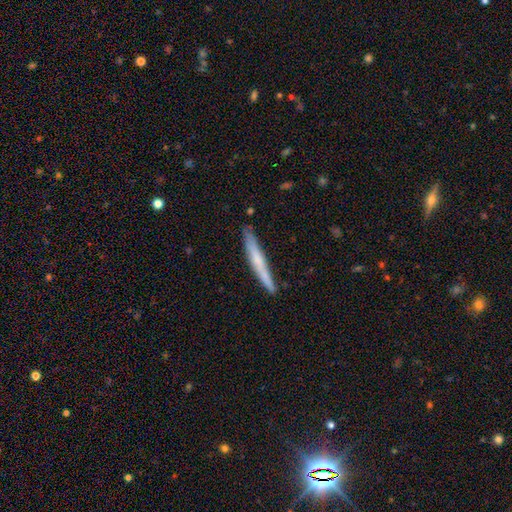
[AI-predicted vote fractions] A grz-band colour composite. It shows a smooth galaxy with no disk features (47%). Merging: none (83%).